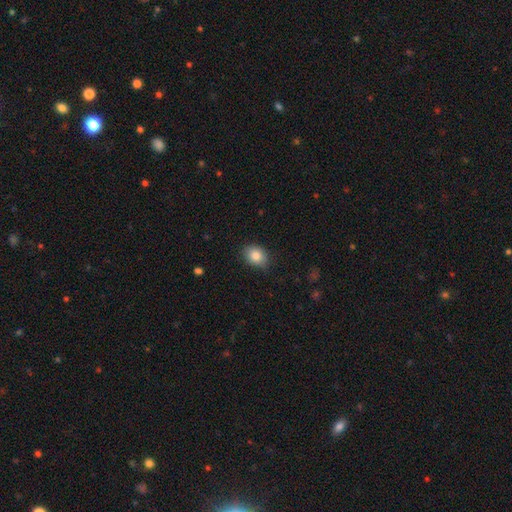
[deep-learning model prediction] Smooth or featured?
  - smooth: 84% *
  - star or artifact: 9%
  - featured or disk: 8%
How rounded?
  - in between: 64% *
  - round: 35%
  - cigar-shaped: 1%
Merging?
  - none: 83% *
  - minor disturbance: 14%
  - major disturbance: 3%
  - merger: 1%